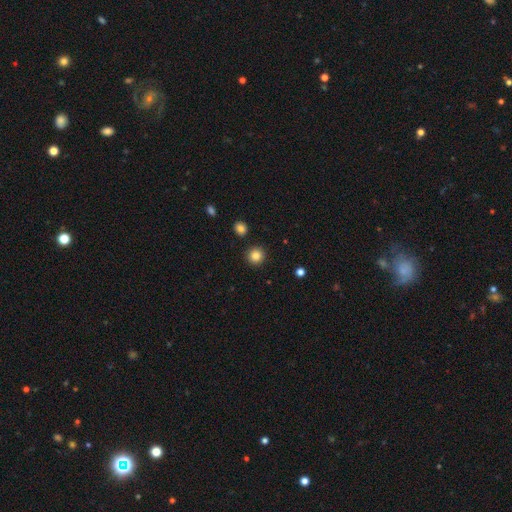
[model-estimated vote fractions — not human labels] Q: Smooth or featured?
A: smooth (84%); runner-up: star or artifact (11%)
Q: How rounded?
A: round (94%); runner-up: in between (5%)
Q: Merging?
A: none (91%); runner-up: minor disturbance (5%)